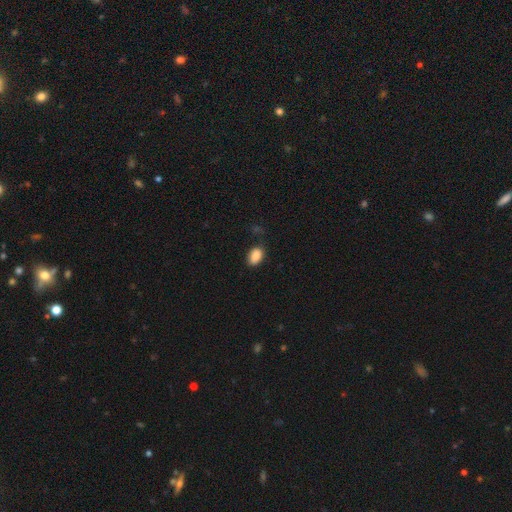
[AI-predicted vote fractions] This appears to be a smooth galaxy with no disk features (88%) that is in between round and cigar-shaped (88%). Merging: none (78%).